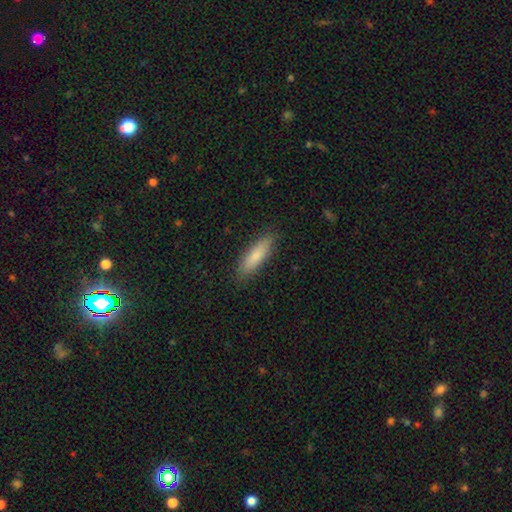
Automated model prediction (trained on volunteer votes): Smooth or featured?
  - smooth: 82% *
  - featured or disk: 12%
  - star or artifact: 6%
How rounded?
  - cigar-shaped: 63% *
  - in between: 36%
  - round: 2%
Merging?
  - none: 88% *
  - minor disturbance: 9%
  - major disturbance: 2%
  - merger: 1%